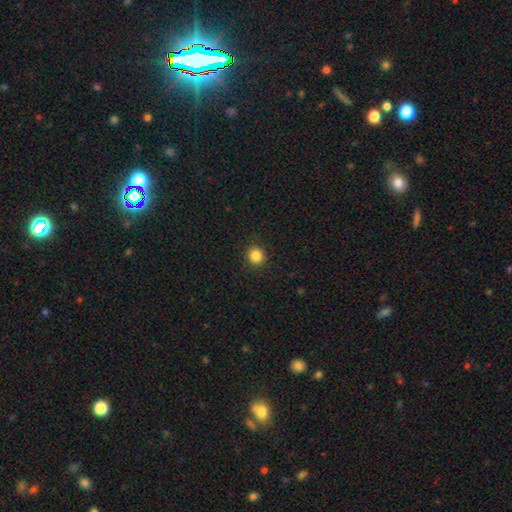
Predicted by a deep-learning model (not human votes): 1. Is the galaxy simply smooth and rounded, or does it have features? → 86% smooth, 10% star or artifact, 4% featured or disk.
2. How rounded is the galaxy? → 86% round, 13% in between, 1% cigar-shaped.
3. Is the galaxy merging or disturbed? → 91% none, 6% minor disturbance, 2% major disturbance, 1% merger.